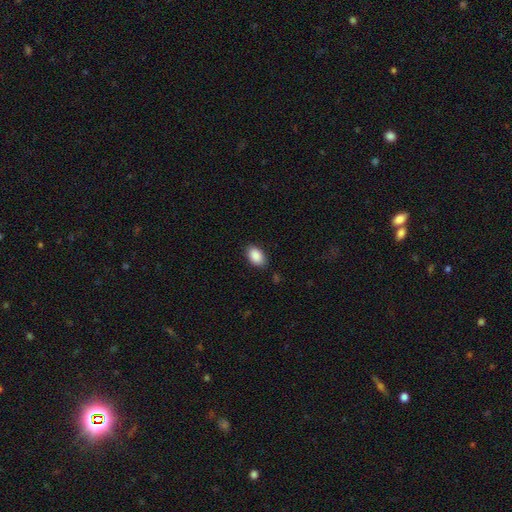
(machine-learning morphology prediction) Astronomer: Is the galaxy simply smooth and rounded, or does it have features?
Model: smooth — 90%.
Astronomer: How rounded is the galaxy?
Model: in between — 90%.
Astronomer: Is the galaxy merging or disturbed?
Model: none — 85%.